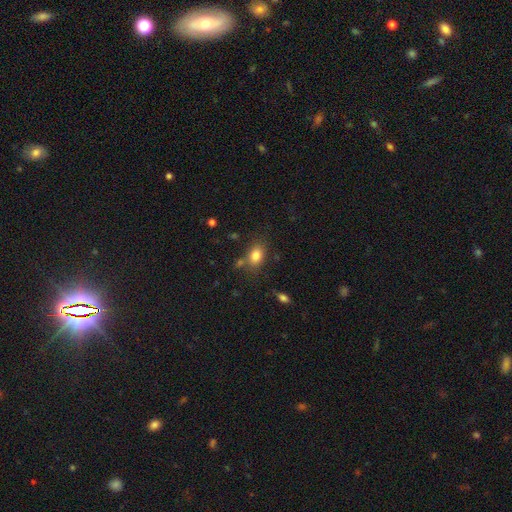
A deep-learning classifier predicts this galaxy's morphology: type=smooth (81%); roundness=in between (75%); merging=none (71%).